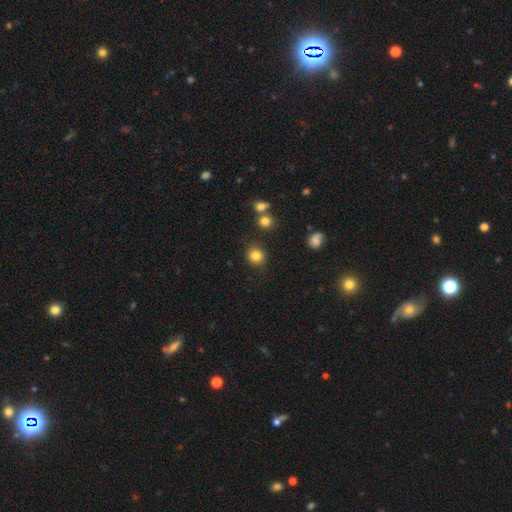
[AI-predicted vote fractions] This appears to be a smooth galaxy with no disk features (84%) that is round (85%). Merging: none (85%).